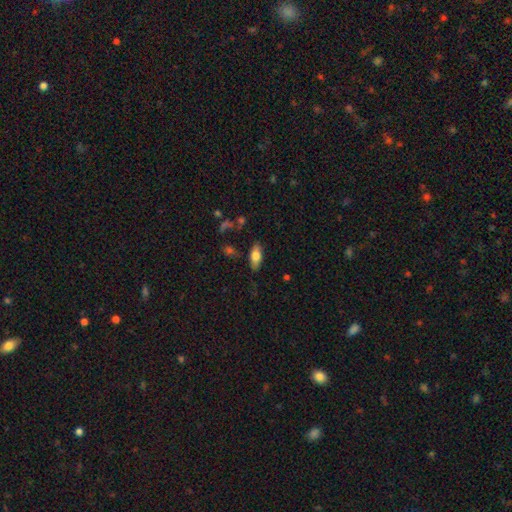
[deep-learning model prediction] The model was most divided on "smooth or featured": smooth: 73%, featured or disk: 20%, star or artifact: 7%. More confident: how rounded — in between (84%); merging — none (82%).